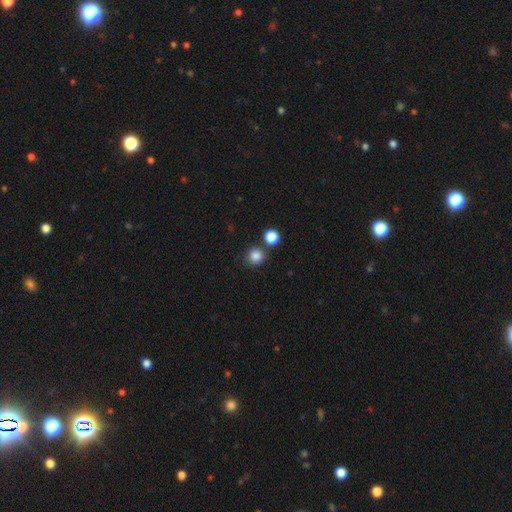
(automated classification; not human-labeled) This appears to be a smooth galaxy with no disk features (85%) that is round (90%). Merging: none (76%).